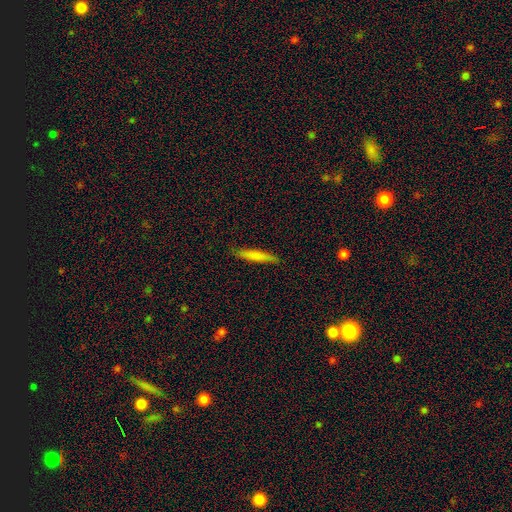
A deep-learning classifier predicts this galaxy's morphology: type=smooth (76%); roundness=cigar-shaped (90%); merging=none (85%).